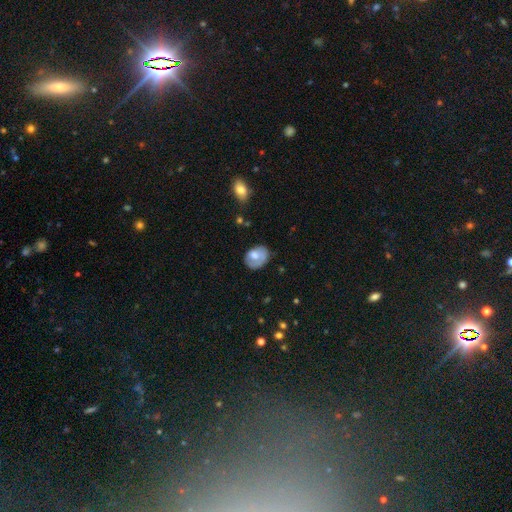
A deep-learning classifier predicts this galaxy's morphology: A smooth galaxy with no disk features (64%) that is in between round and cigar-shaped (65%). Merging: none (52%).